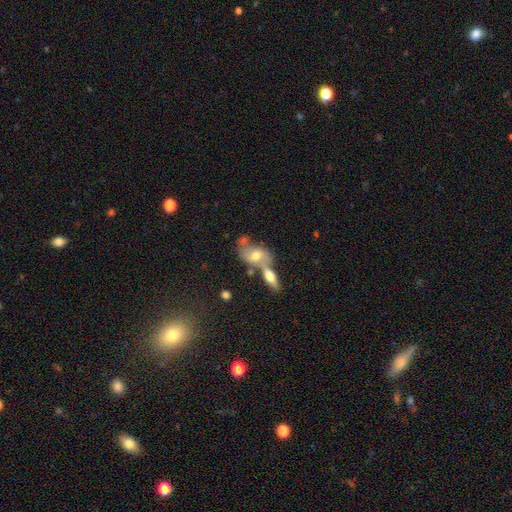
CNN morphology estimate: Smooth or featured? smooth (49%)
Merging? merger (46%)